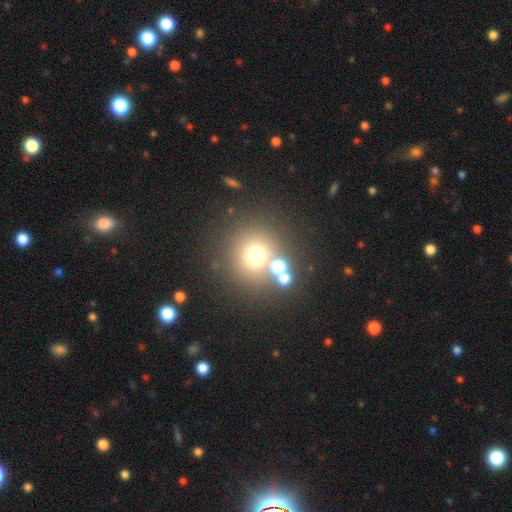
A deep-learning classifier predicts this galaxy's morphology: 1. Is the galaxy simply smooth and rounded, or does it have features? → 65% smooth, 23% star or artifact, 12% featured or disk.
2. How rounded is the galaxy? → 92% round, 7% in between, 1% cigar-shaped.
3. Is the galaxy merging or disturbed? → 69% none, 18% merger, 8% minor disturbance, 5% major disturbance.